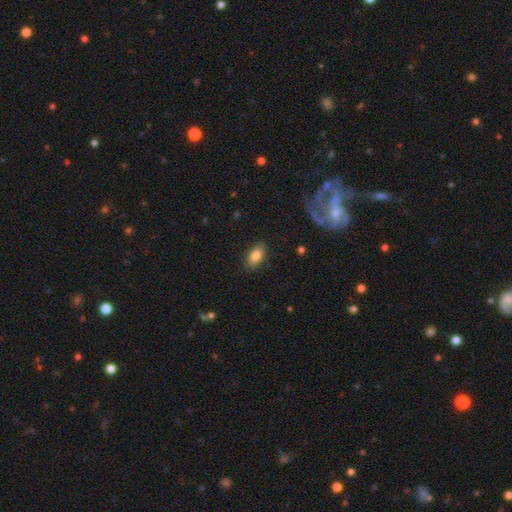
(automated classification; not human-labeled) Overall: smooth (83%). How rounded: in between (90%). Merging: none (84%).